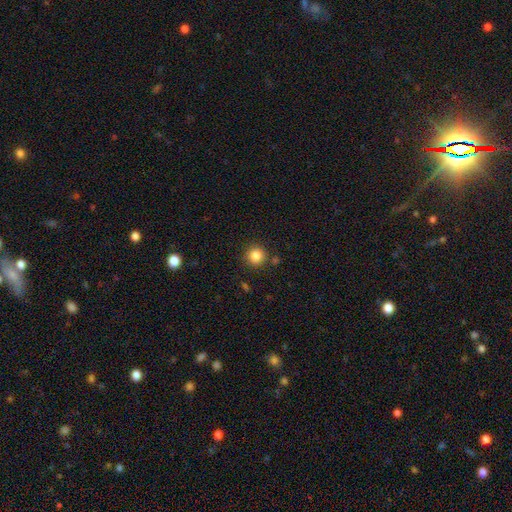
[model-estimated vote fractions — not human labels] smooth-or-featured: smooth: 85% | star or artifact: 11% | featured or disk: 4%
  how-rounded: round: 94% | in between: 5% | cigar-shaped: 1%
  merging: none: 86% | minor disturbance: 7% | merger: 4% | major disturbance: 2%